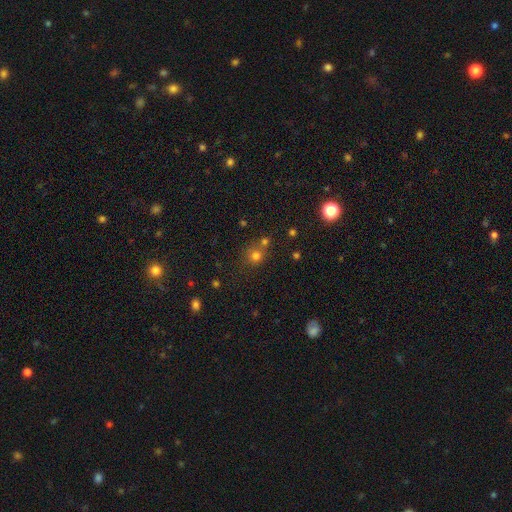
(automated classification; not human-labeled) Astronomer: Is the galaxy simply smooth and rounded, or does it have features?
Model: smooth — 72%.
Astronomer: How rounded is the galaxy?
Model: round — 86%.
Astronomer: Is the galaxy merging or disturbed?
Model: none — 61%.